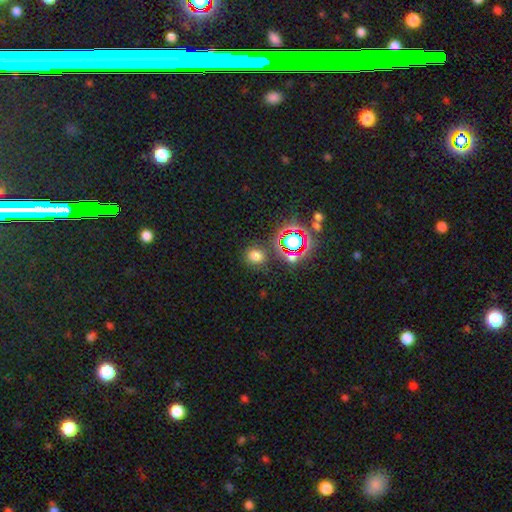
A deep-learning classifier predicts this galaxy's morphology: This appears to be a smooth galaxy with no disk features (68%) that is round (71%). Merging: none (82%).